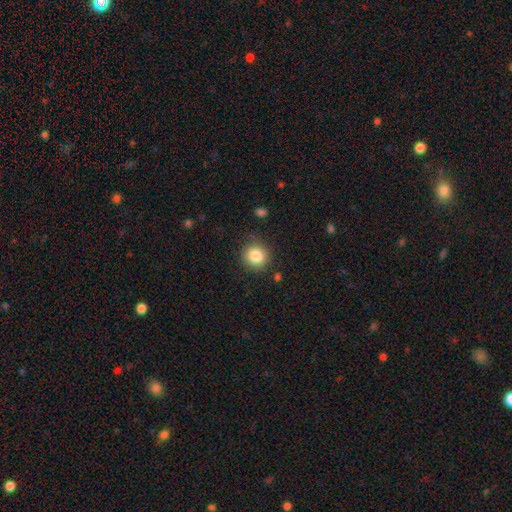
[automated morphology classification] Overall: smooth (84%). How rounded: round (89%). Merging: none (85%).